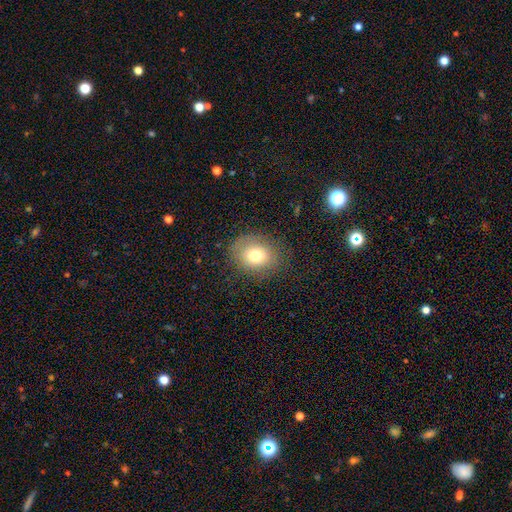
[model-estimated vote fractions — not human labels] A smooth galaxy with no disk features (73%) that is round (57%). Merging: none (80%).